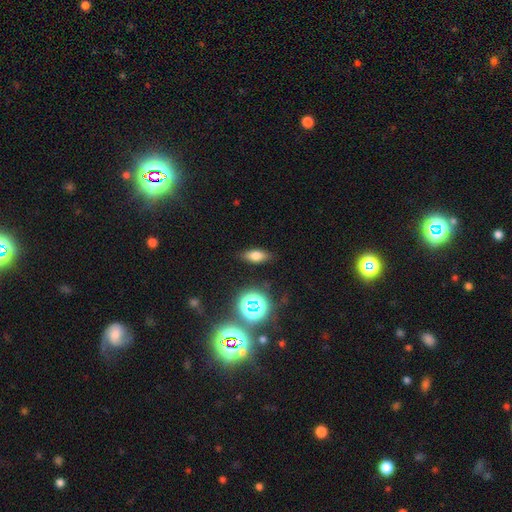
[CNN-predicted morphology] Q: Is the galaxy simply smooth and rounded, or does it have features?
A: smooth — 68%.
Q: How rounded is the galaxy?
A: in between — 78%.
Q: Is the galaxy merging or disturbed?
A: none — 86%.